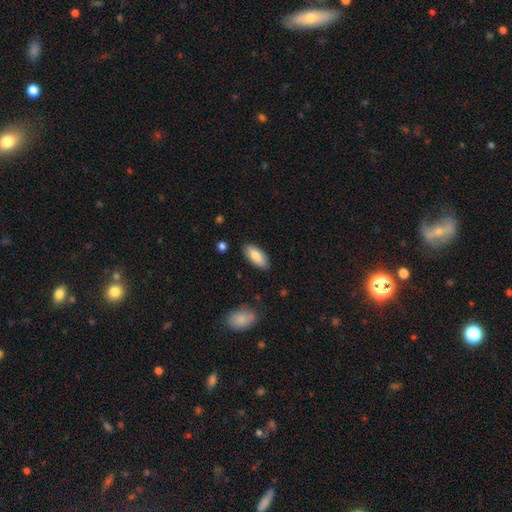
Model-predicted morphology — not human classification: The model was most divided on "how rounded": in between: 84%, cigar-shaped: 15%, round: 2%. More confident: merging — none (86%); smooth or featured — smooth (83%).